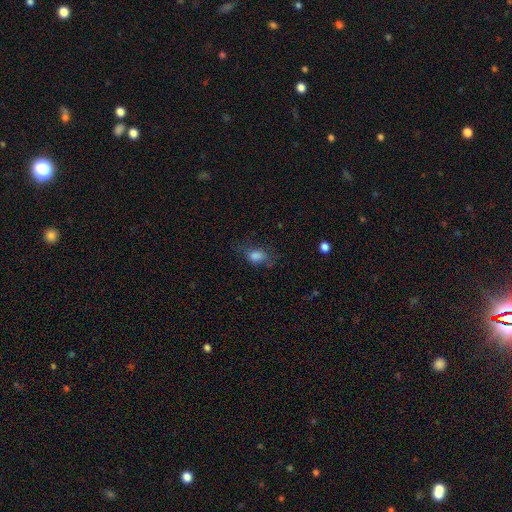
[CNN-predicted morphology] A smooth galaxy with no disk features (77%) that is in between round and cigar-shaped (78%).

Vote fractions:
- Smooth or featured? smooth: 77% / star or artifact: 11% / featured or disk: 11%
- How rounded? in between: 78% / round: 19% / cigar-shaped: 3%
- Merging? none: 54% / minor disturbance: 25% / major disturbance: 18% / merger: 2%